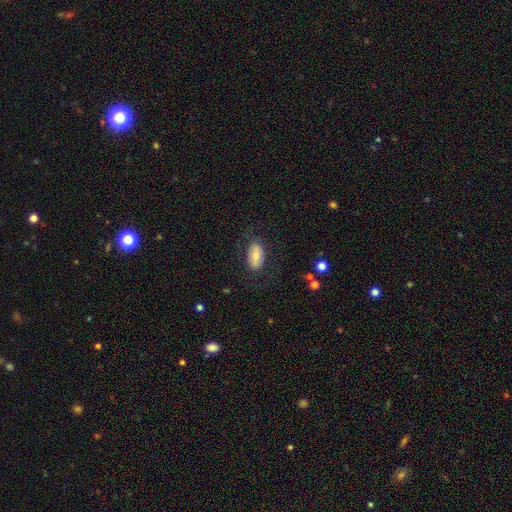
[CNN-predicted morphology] smooth-or-featured: smooth: 64% | featured or disk: 29% | star or artifact: 7%
  how-rounded: in between: 91% | round: 5% | cigar-shaped: 4%
  merging: none: 75% | minor disturbance: 16% | major disturbance: 8% | merger: 1%